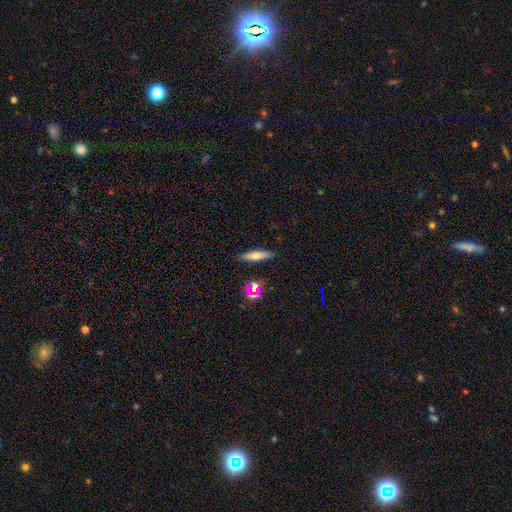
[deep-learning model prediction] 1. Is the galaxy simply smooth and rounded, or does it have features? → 61% smooth, 29% featured or disk, 10% star or artifact.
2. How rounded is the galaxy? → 70% cigar-shaped, 27% in between, 3% round.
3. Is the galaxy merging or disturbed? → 87% none, 8% minor disturbance, 3% merger, 2% major disturbance.